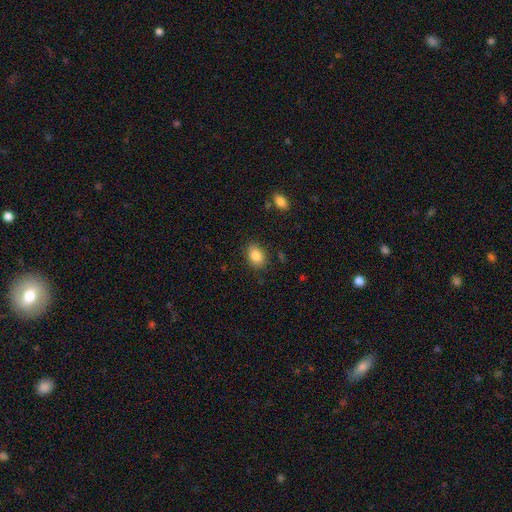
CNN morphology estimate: Smooth or featured? Predicted: smooth (p=0.85). How rounded? Predicted: in between (p=0.76). Merging? Predicted: none (p=0.84).